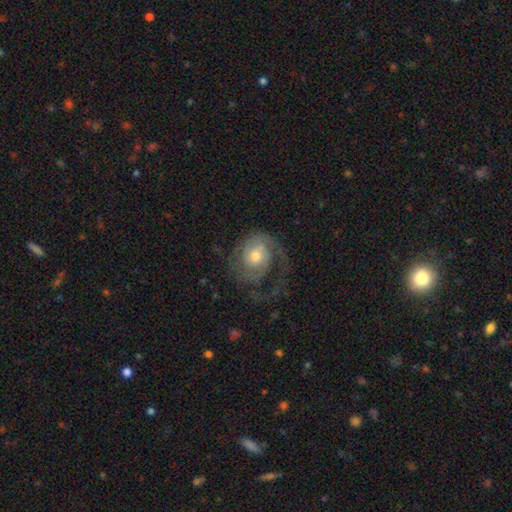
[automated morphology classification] smooth_or_featured: featured or disk (p=0.78) [alt: smooth p=0.17]
disk_edge_on: no (p=0.98) [alt: yes p=0.02]
bar: no (p=0.71) [alt: weak p=0.25]
has_spiral_arms: yes (p=0.92) [alt: no p=0.08]
spiral_winding: tight (p=0.41) [alt: medium p=0.38]
spiral_arm_count: 2 (p=0.42) [alt: 1 p=0.39]
bulge_size: moderate (p=0.64) [alt: small p=0.25]
merging: none (p=0.51) [alt: major disturbance p=0.31]